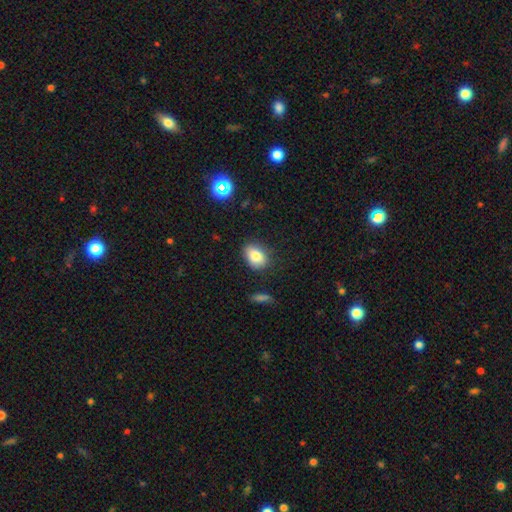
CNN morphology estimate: Q: Smooth or featured?
A: smooth (82%); runner-up: star or artifact (9%)
Q: How rounded?
A: in between (72%); runner-up: round (26%)
Q: Merging?
A: none (80%); runner-up: minor disturbance (15%)